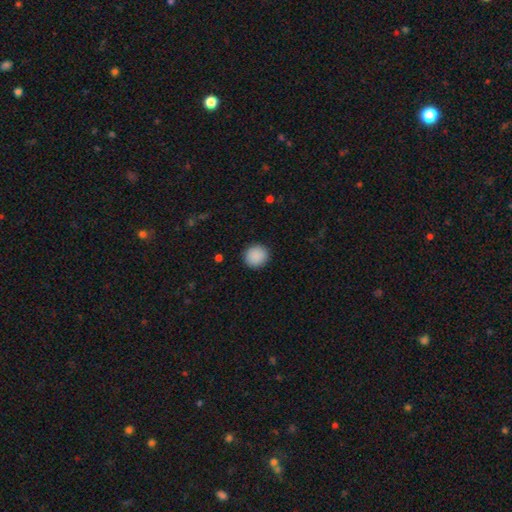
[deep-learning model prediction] Smooth or featured? smooth (90%)
How rounded? round (91%)
Merging? none (91%)